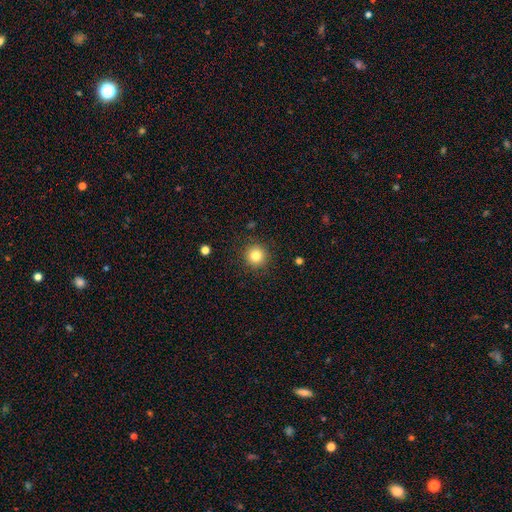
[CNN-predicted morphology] smooth_or_featured: smooth (p=0.82) [alt: star or artifact p=0.11]
how_rounded: round (p=0.95) [alt: in between p=0.04]
merging: none (p=0.90) [alt: minor disturbance p=0.07]